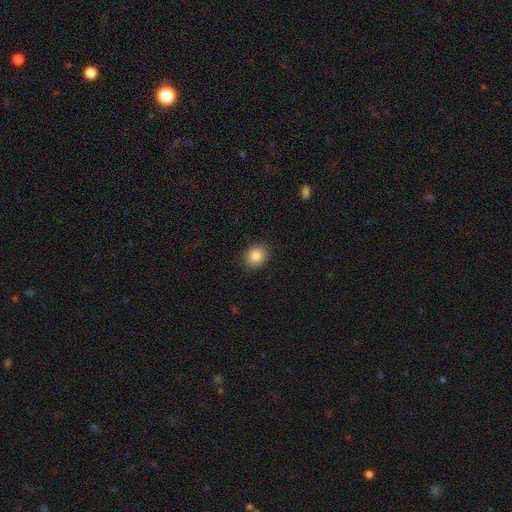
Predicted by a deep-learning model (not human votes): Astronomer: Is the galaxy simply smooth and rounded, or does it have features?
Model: smooth — 85%.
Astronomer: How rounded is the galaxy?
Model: round — 59% (runner-up: in between, 40%).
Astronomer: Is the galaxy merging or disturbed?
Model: none — 88%.